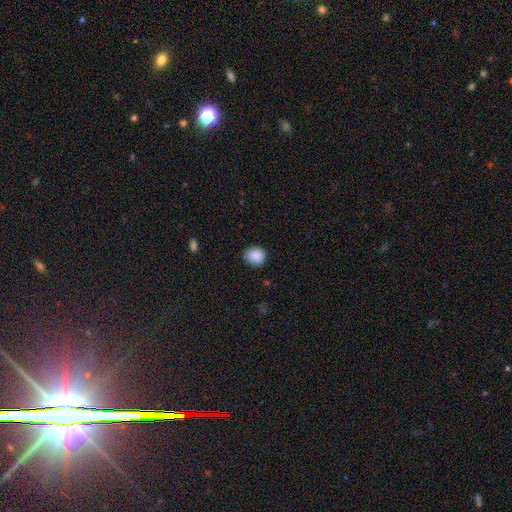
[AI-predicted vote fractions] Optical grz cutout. It shows a smooth galaxy with no disk features (89%) that is round (60%). Merging: none (81%).